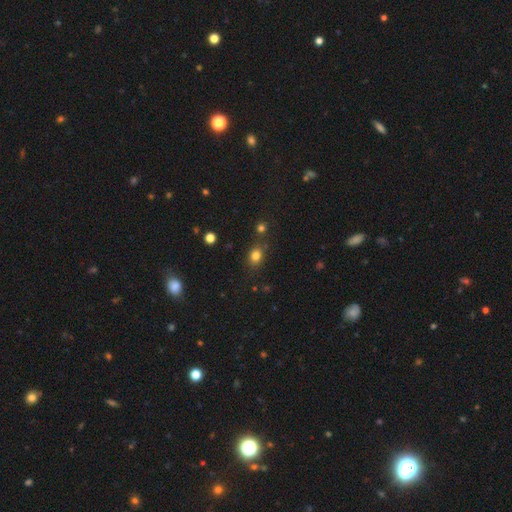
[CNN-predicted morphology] smooth 79%, star or artifact 14%, featured or disk 7%. Down the decision tree: how rounded — round (51%); merging — none (72%).